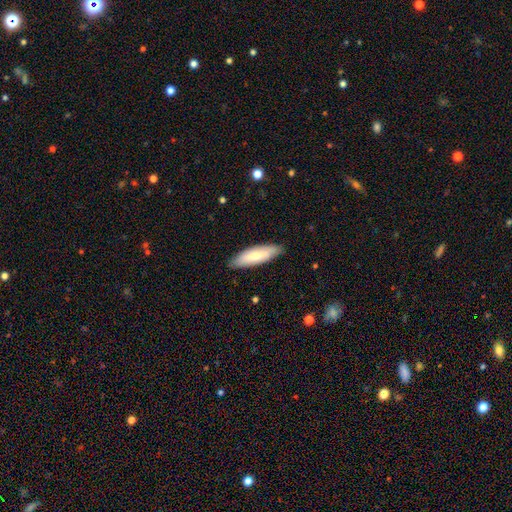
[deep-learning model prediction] A smooth galaxy with no disk features (66%) that is cigar-shaped (51%). Merging: none (86%).